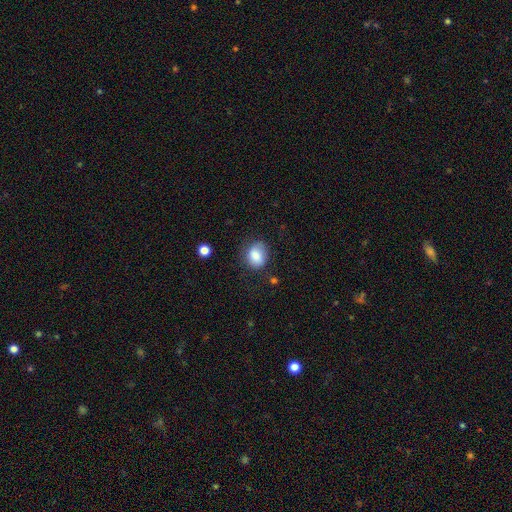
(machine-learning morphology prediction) Smooth or featured?
  - smooth: 82% *
  - featured or disk: 9%
  - star or artifact: 9%
How rounded?
  - round: 52% *
  - in between: 47%
  - cigar-shaped: 1%
Merging?
  - none: 68% *
  - minor disturbance: 23%
  - major disturbance: 7%
  - merger: 2%